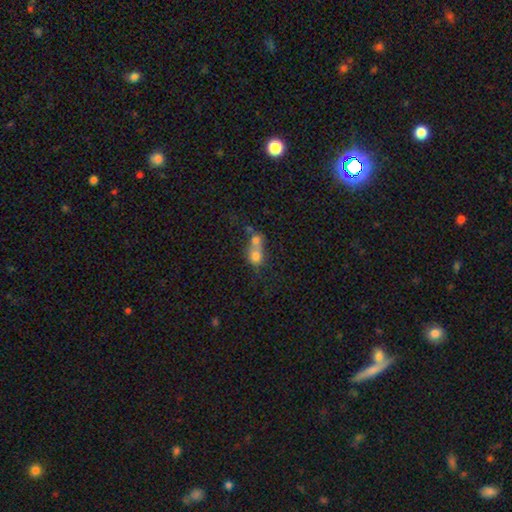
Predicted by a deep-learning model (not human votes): smooth_or_featured: smooth (p=0.70) [alt: featured or disk p=0.19]
how_rounded: round (p=0.62) [alt: in between p=0.36]
merging: merger (p=0.72) [alt: none p=0.17]